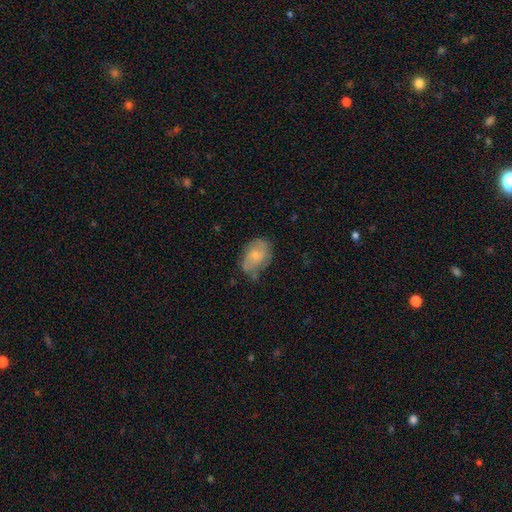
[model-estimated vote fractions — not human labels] Morphology: type=smooth (58%); roundness=in between (81%); merging=none (54%).